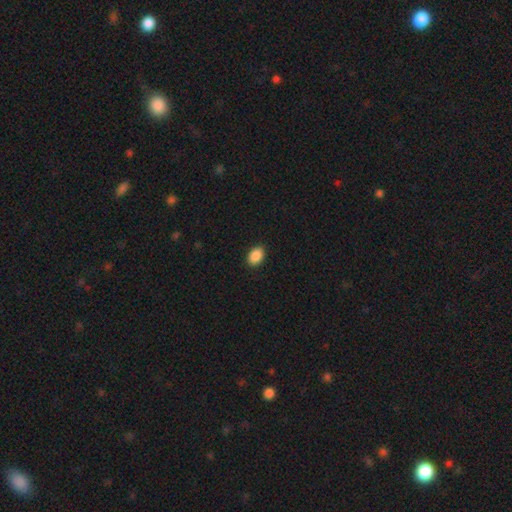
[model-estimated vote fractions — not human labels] Smooth or featured? smooth (90%)
How rounded? in between (87%)
Merging? none (90%)